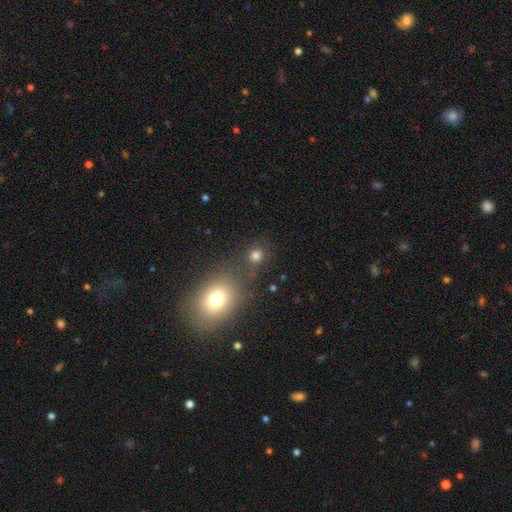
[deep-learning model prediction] This appears to be a smooth galaxy with no disk features (77%) that is round (84%). Merging: none (72%).